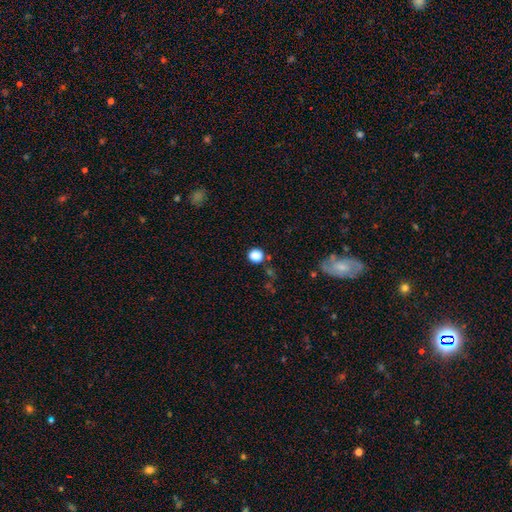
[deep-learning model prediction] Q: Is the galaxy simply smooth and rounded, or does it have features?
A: smooth — 85%.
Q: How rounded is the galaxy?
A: round — 87%.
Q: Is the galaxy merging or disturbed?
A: none — 83%.